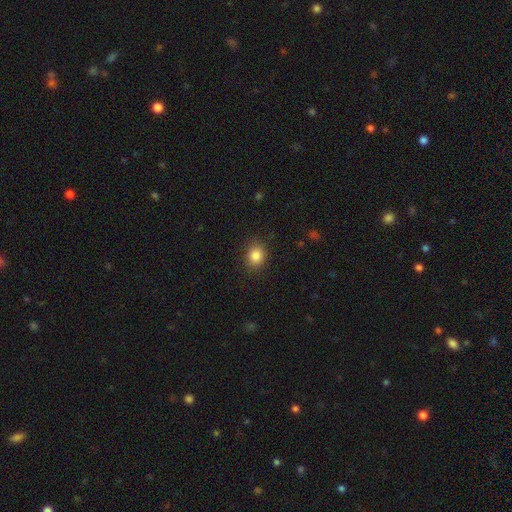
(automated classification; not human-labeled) A smooth galaxy with no disk features (85%) that is round (60%). Merging: none (87%).